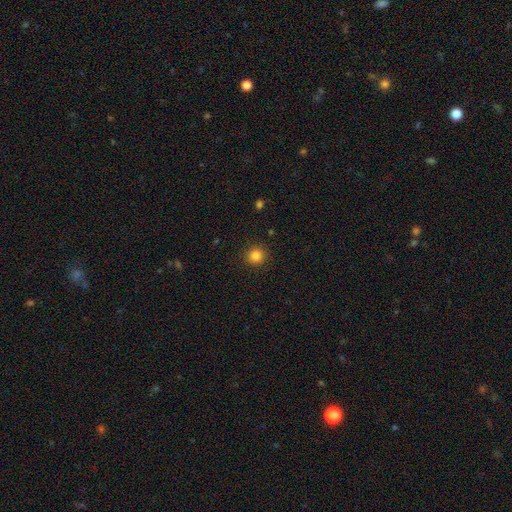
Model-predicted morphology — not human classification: smooth_or_featured: smooth (p=0.84) [alt: star or artifact p=0.12]
how_rounded: round (p=0.92) [alt: in between p=0.07]
merging: none (p=0.91) [alt: minor disturbance p=0.06]